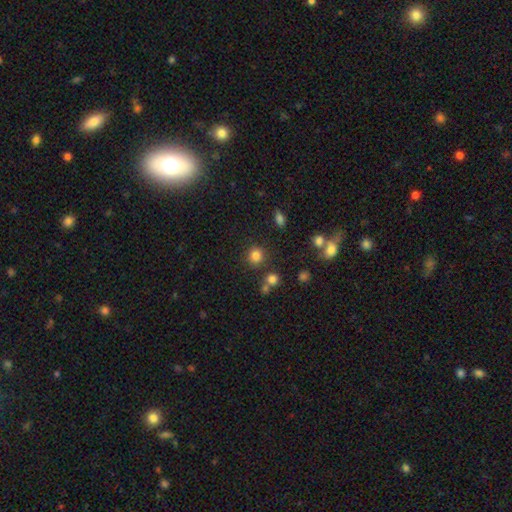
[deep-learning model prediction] Smooth or featured? Predicted: smooth (p=0.81). How rounded? Predicted: round (p=0.90). Merging? Predicted: none (p=0.83).